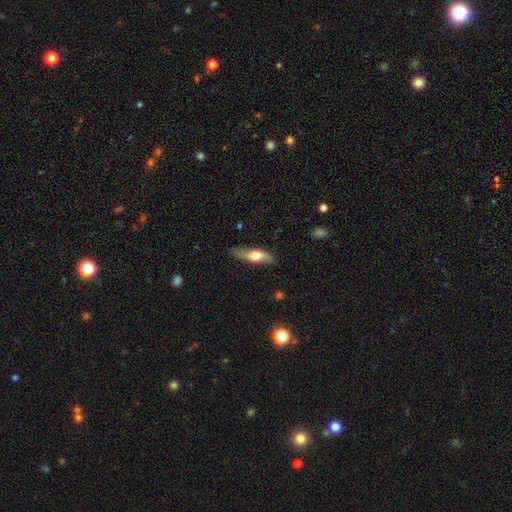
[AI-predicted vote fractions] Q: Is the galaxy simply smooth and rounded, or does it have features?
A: smooth — 58%.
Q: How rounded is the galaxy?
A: cigar-shaped — 60%.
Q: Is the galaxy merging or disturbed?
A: none — 71%.